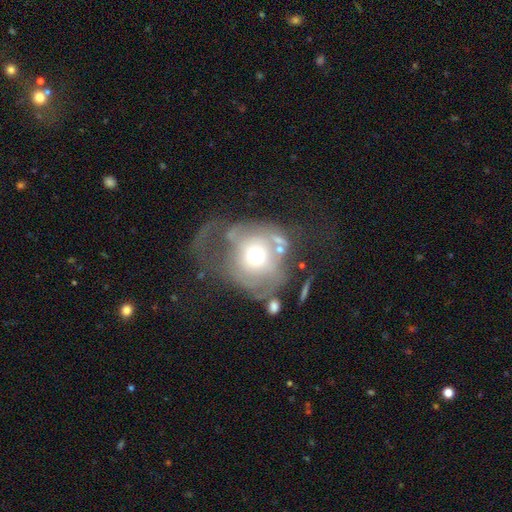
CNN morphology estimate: This appears to be a featured or disk galaxy (52%). Merging: major disturbance (52%).